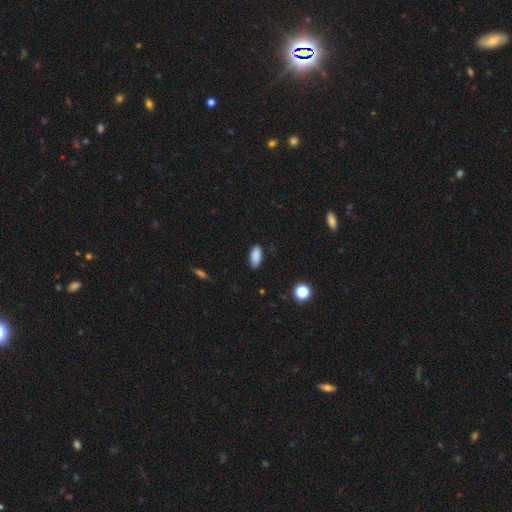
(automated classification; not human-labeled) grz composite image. It shows a smooth galaxy with no disk features (88%) that is in between round and cigar-shaped (88%). Merging: none (84%).